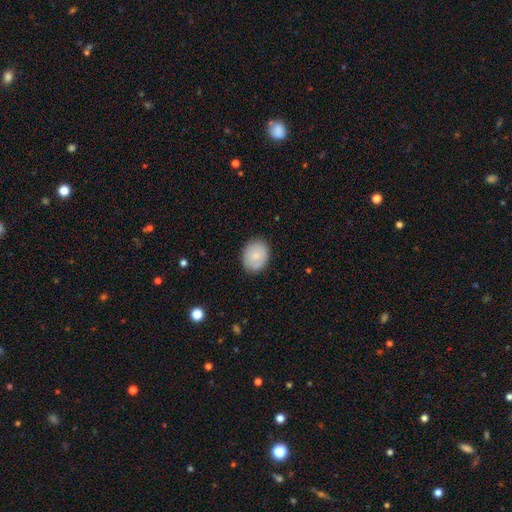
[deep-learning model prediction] This is likely a smooth galaxy (78%). How rounded: possibly in between (52%). Merging: clearly none (85%).